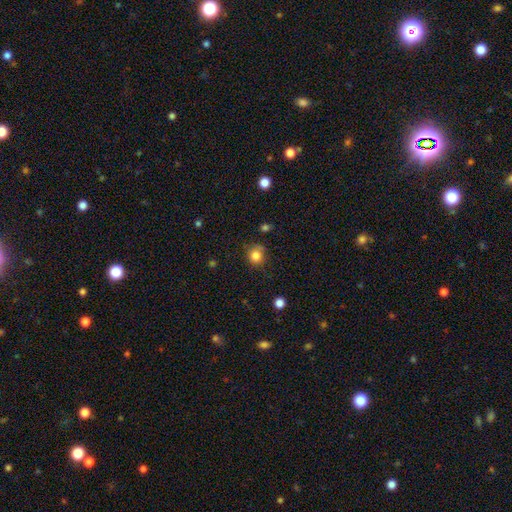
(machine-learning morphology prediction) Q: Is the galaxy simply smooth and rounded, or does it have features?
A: smooth — 83%.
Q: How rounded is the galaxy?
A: round — 84%.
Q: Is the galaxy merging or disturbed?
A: none — 71%.